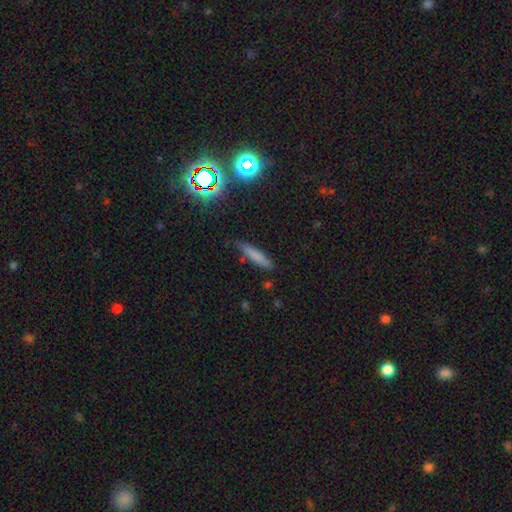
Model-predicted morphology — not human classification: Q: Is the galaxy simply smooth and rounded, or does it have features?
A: smooth — 72%.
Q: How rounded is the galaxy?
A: cigar-shaped — 84%.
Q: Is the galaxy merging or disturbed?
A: none — 75%.